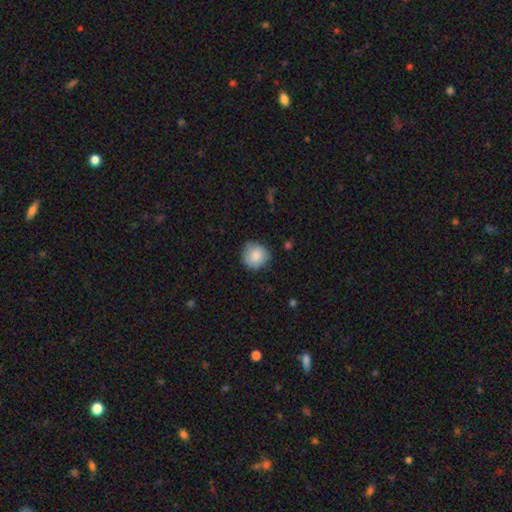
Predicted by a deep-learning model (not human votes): Smooth or featured: smooth — 85% (featured or disk — 8%)
How rounded: round — 90% (in between — 9%)
Merging: none — 75% (minor disturbance — 20%)